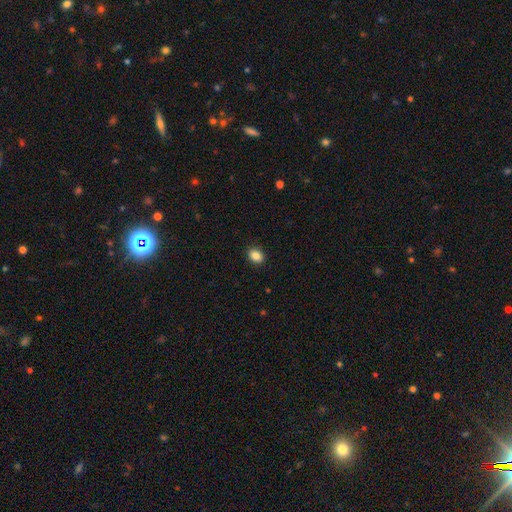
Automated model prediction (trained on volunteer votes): Overall: smooth (86%). How rounded: in between (64%; round 34%). Merging: none (90%).